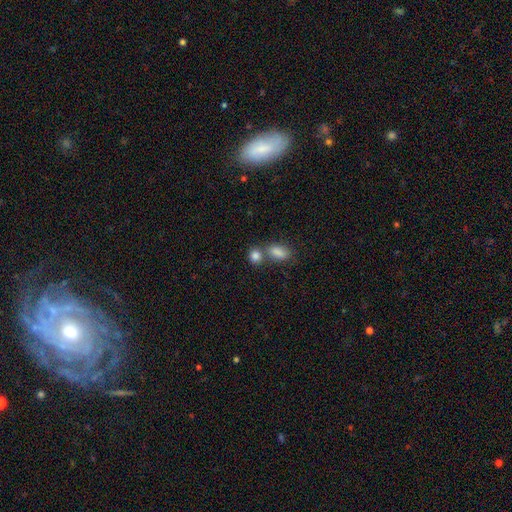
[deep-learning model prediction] The model was most divided on "how rounded": round: 51%, in between: 47%, cigar-shaped: 2%. Remaining: smooth or featured — smooth (85%); merging — none (47%).